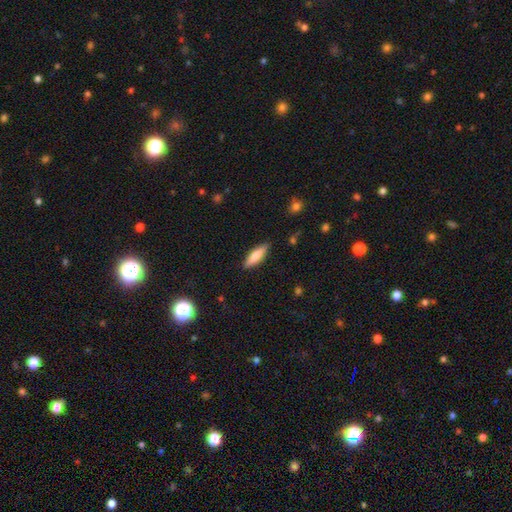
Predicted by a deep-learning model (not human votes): Smooth or featured? smooth (71%)
How rounded? cigar-shaped (58%)
Merging? none (87%)